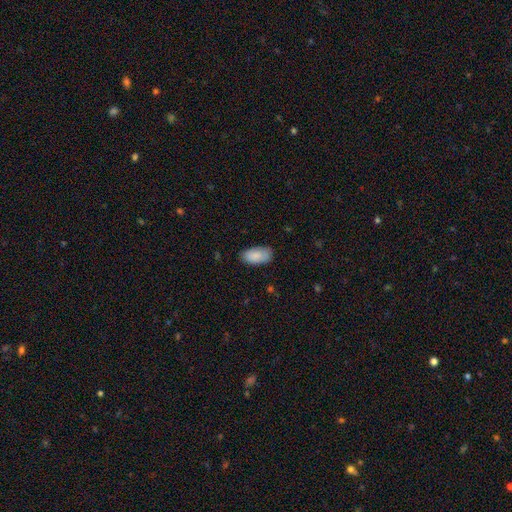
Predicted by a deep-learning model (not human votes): Overall: smooth (88%). How rounded: in between (94%). Merging: none (80%).